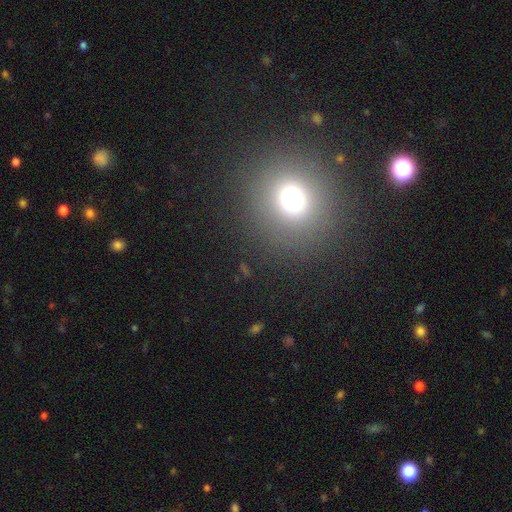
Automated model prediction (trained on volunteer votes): Smooth or featured: smooth — 66% (star or artifact — 25%)
How rounded: round — 88% (in between — 11%)
Merging: none — 90% (minor disturbance — 5%)